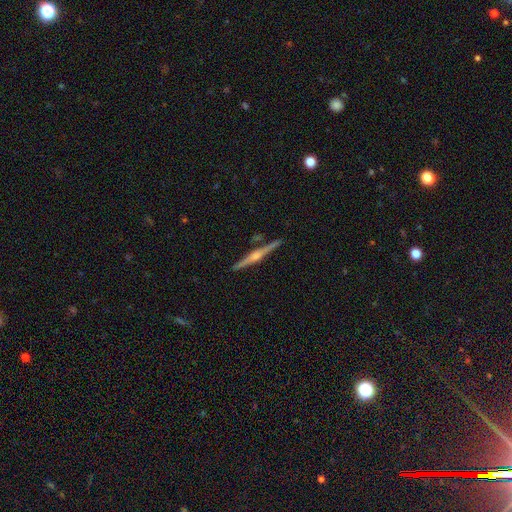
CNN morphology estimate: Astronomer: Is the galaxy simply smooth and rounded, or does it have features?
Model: featured or disk — 85%.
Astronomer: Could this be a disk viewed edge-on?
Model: yes — 99%.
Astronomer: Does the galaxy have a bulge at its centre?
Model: rounded — 89%.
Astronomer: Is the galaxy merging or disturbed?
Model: none — 90%.